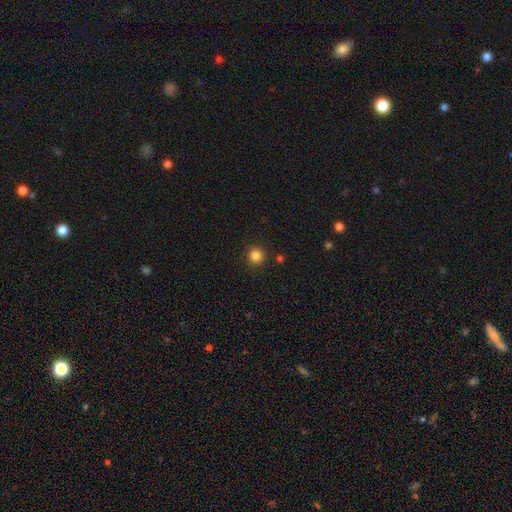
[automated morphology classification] smooth_or_featured: smooth (p=0.84) [alt: star or artifact p=0.12]
how_rounded: round (p=0.95) [alt: in between p=0.04]
merging: none (p=0.91) [alt: minor disturbance p=0.05]